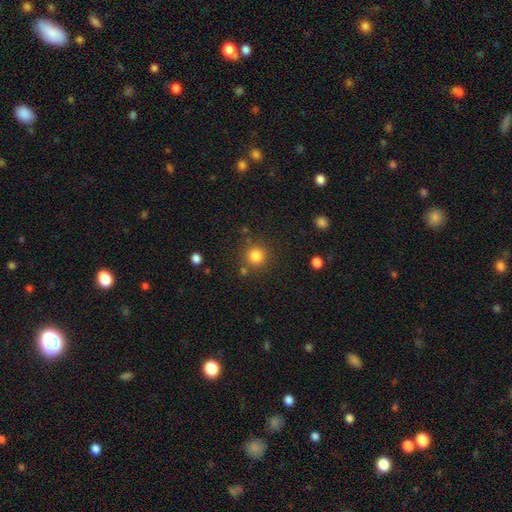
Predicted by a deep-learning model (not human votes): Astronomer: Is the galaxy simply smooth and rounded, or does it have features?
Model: smooth — 83%.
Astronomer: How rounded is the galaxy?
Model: round — 94%.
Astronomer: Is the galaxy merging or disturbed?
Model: none — 82%.